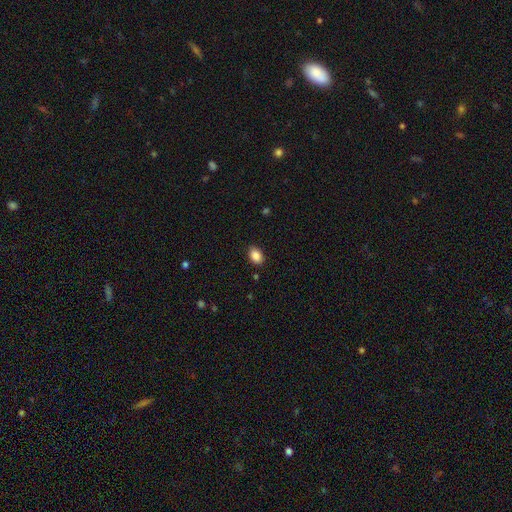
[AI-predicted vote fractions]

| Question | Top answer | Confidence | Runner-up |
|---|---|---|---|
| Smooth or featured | smooth | 88% | star or artifact (8%) |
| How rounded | in between | 81% | round (18%) |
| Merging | none | 87% | minor disturbance (10%) |